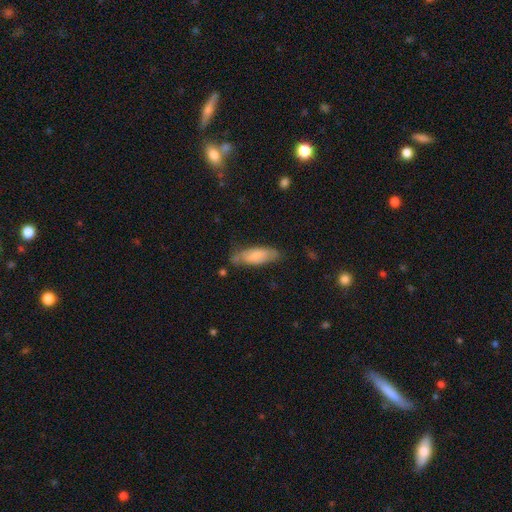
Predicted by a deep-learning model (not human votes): Smooth or featured? smooth (68%)
How rounded? in between (67%)
Merging? none (63%)